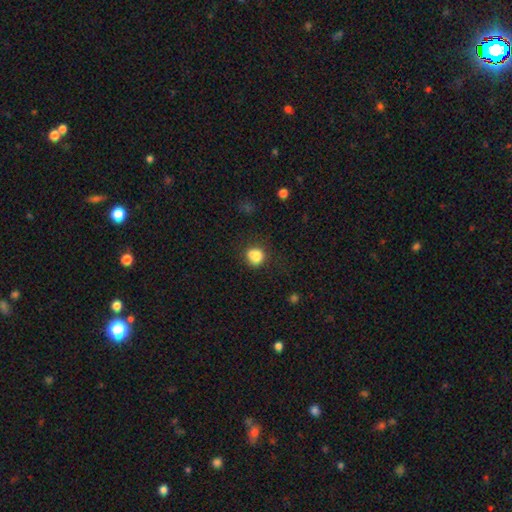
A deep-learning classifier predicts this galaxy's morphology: Overall: smooth (81%). How rounded: round (74%). Merging: none (58%; minor disturbance 21%).